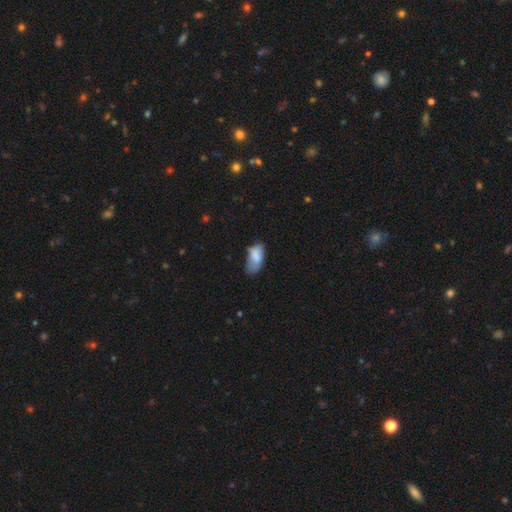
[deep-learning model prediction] This is likely a smooth galaxy (76%). How rounded: clearly in between (91%). Merging: marginally none (41%).